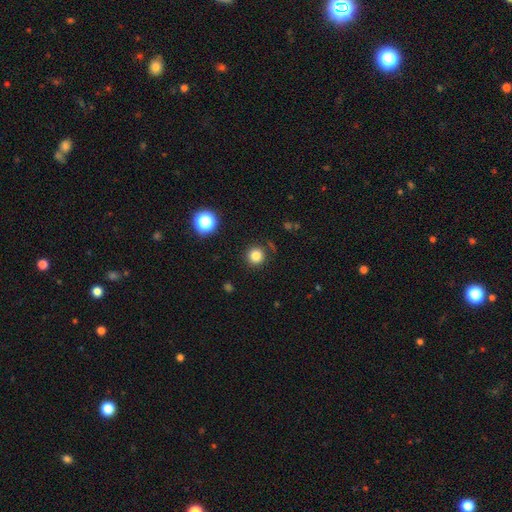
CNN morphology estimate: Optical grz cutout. It shows a smooth galaxy with no disk features (82%) that is round (95%). Merging: none (88%).